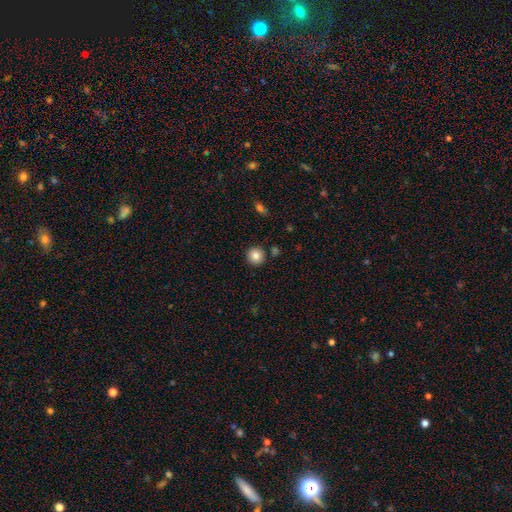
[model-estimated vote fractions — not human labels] Smooth or featured? smooth (85%)
How rounded? round (95%)
Merging? none (90%)